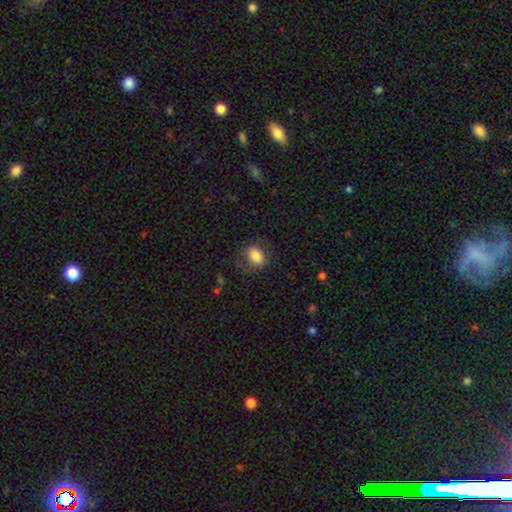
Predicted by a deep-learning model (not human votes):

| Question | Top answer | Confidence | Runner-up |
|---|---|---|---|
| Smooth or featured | smooth | 80% | featured or disk (11%) |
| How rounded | in between | 71% | round (27%) |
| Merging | none | 70% | minor disturbance (19%) |